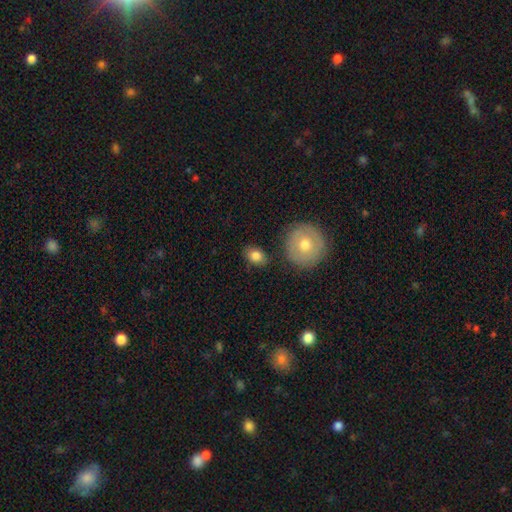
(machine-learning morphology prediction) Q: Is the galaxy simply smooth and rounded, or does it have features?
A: smooth — 81%.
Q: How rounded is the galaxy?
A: in between — 62%.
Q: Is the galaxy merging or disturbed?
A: none — 82%.